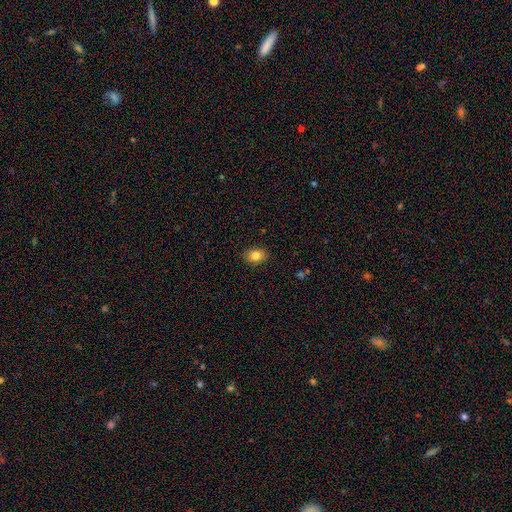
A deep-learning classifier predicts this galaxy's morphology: The model was most divided on "how rounded": in between: 65%, round: 34%, cigar-shaped: 1%. More confident: merging — none (87%); smooth or featured — smooth (83%).